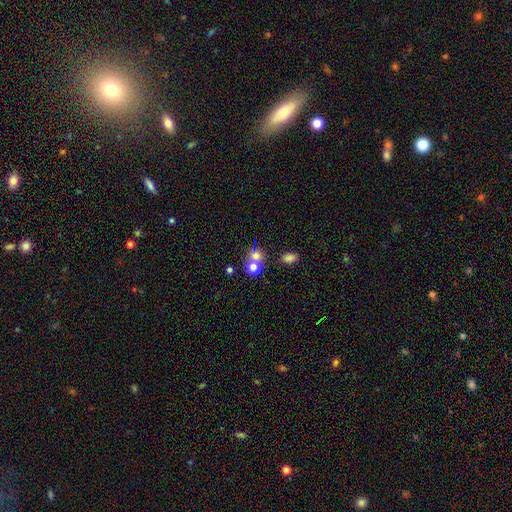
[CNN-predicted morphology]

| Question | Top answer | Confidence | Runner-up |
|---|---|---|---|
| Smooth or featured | smooth | 66% | star or artifact (22%) |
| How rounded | round | 74% | in between (24%) |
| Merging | none | 48% | merger (39%) |